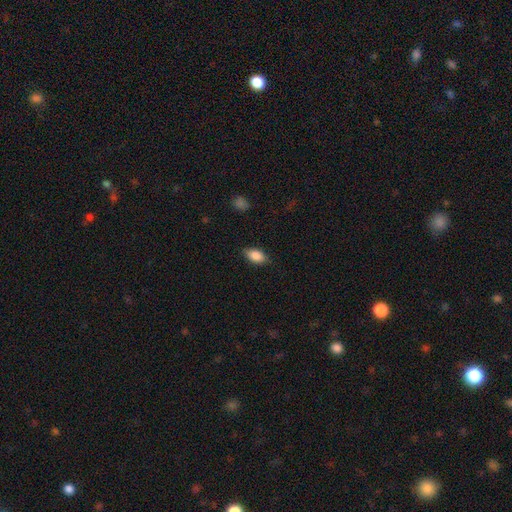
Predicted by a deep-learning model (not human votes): This is clearly a smooth galaxy (86%). How rounded: clearly in between (90%). Merging: clearly none (82%).